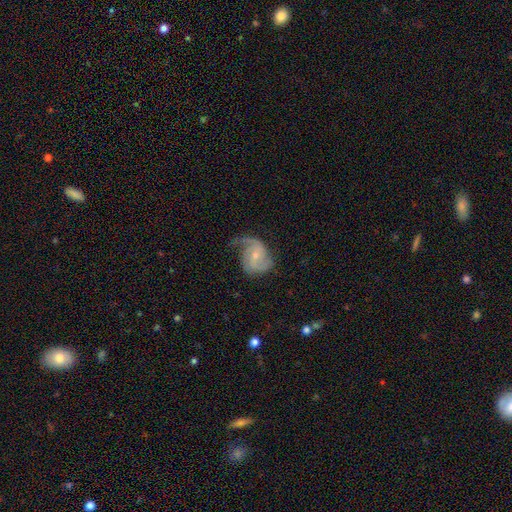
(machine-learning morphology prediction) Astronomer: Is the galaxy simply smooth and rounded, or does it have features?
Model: featured or disk — 80%.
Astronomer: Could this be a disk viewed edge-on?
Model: no — 98%.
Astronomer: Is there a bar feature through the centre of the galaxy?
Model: no — 48% (runner-up: weak, 42%).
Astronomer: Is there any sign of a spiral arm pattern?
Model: yes — 94%.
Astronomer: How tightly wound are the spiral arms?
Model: medium — 44% (runner-up: loose, 33%).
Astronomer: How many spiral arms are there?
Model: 2 — 56%.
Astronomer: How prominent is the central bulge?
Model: small — 63%.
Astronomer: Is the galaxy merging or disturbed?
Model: none — 45% (runner-up: minor disturbance, 28%).